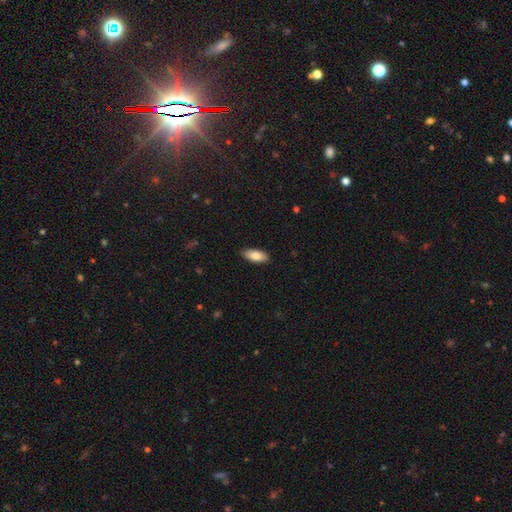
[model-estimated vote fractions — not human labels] Smooth or featured? smooth (83%)
How rounded? in between (84%)
Merging? none (87%)